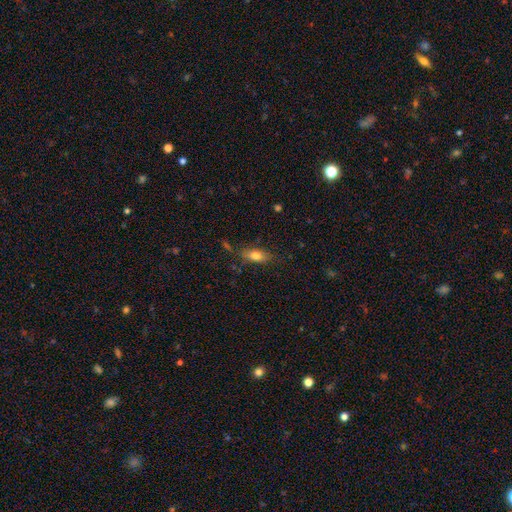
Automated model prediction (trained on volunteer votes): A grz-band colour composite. It shows a smooth galaxy with no disk features (76%) that is in between round and cigar-shaped (80%). Merging: none (74%).